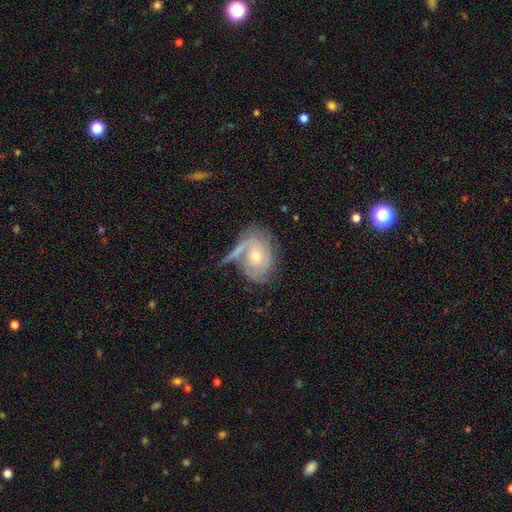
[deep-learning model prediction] Smooth or featured? Predicted: featured or disk (p=0.72). Edge-on disk? Predicted: no (p=0.96). Bar? Predicted: no (p=0.72). Spiral arms? Predicted: yes (p=0.85). Spiral winding? Predicted: tight (p=0.57). Spiral arm count? Predicted: 2 (p=0.36). Bulge size? Predicted: moderate (p=0.54). Merging? Predicted: none (p=0.48).